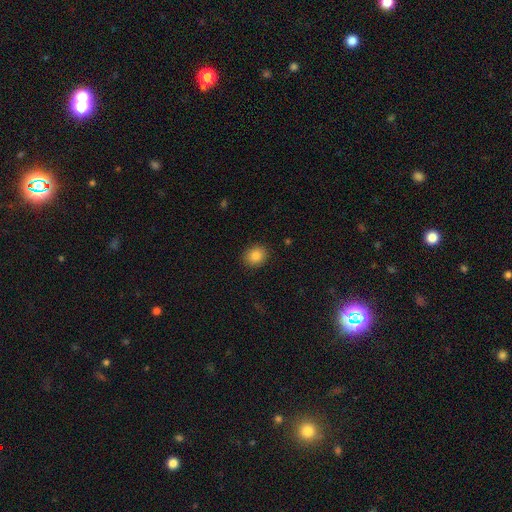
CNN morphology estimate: smooth_or_featured: smooth (p=0.84) [alt: star or artifact p=0.10]
how_rounded: round (p=0.63) [alt: in between p=0.36]
merging: none (p=0.90) [alt: minor disturbance p=0.07]